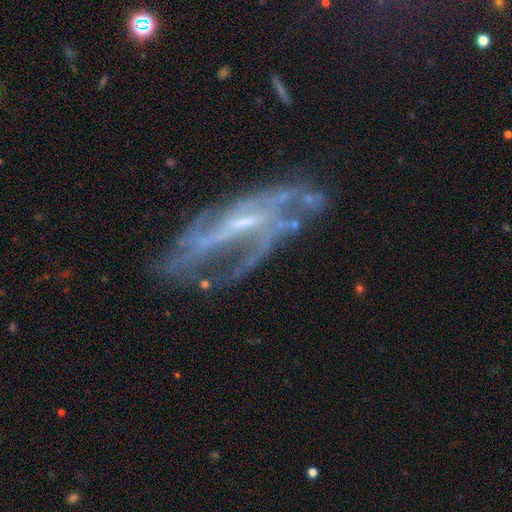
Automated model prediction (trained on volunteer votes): Smooth or featured: featured or disk — 84% (smooth — 8%)
Edge-on disk: no — 90% (yes — 10%)
Bar: weak — 44% (strong — 29%)
Spiral arms: yes — 85% (no — 15%)
Spiral winding: medium — 42% (loose — 35%)
Spiral arm count: can't tell — 34% (2 — 24%)
Bulge size: small — 55% (moderate — 23%)
Merging: none — 48% (major disturbance — 26%)